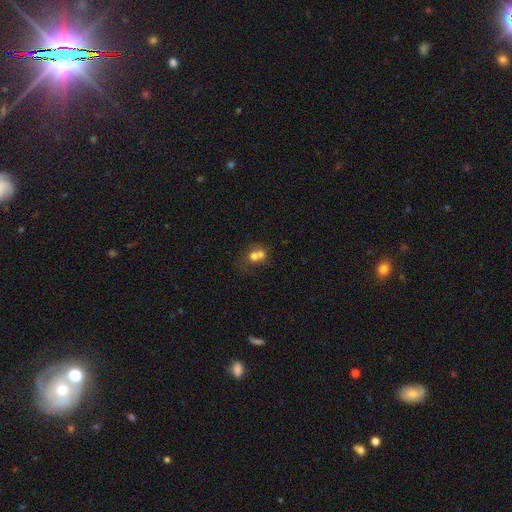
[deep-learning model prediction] Smooth or featured: smooth — 66% (featured or disk — 22%)
How rounded: round — 67% (in between — 32%)
Merging: merger — 67% (none — 23%)